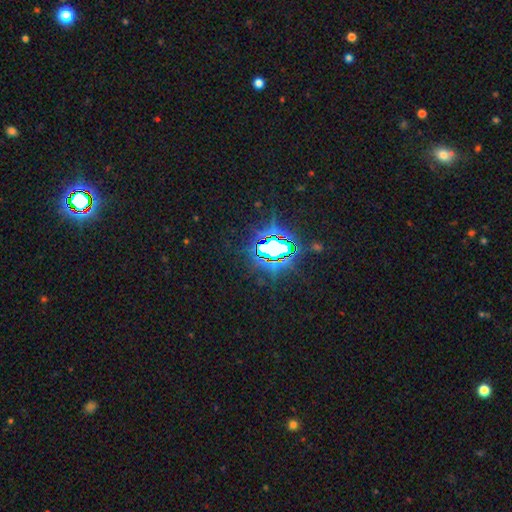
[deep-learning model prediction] Smooth or featured? star or artifact (85%)